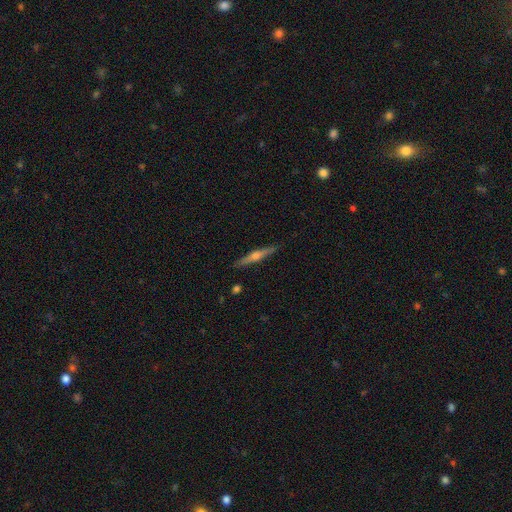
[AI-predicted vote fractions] Smooth or featured? featured or disk (65%)
Edge-on disk? yes (97%)
Edge-on bulge? rounded (89%)
Merging? none (90%)